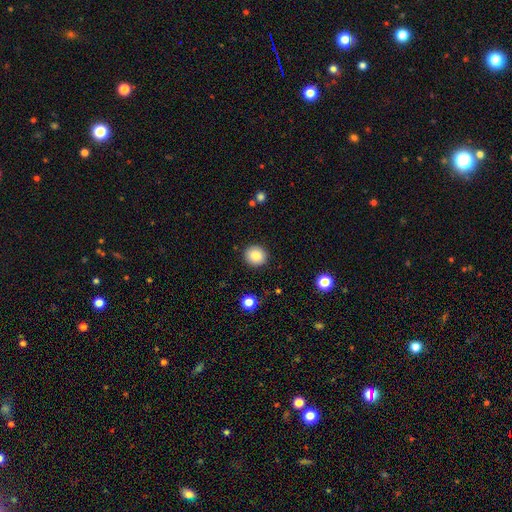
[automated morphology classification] smooth 86%, star or artifact 9%, featured or disk 5%. Down the decision tree: how rounded — round (87%); merging — none (91%).